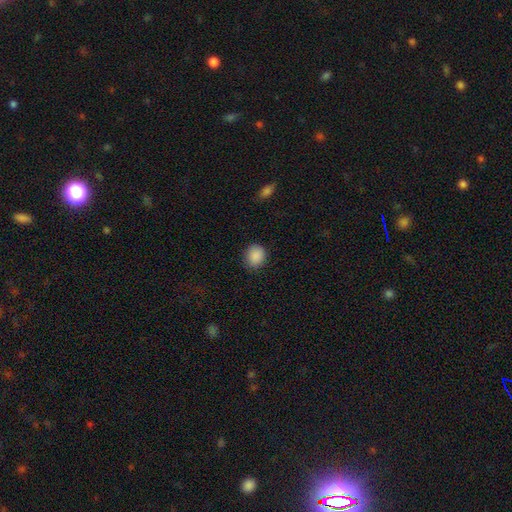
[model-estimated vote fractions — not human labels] Smooth or featured: smooth — 89% (star or artifact — 8%)
How rounded: round — 75% (in between — 24%)
Merging: none — 85% (minor disturbance — 11%)